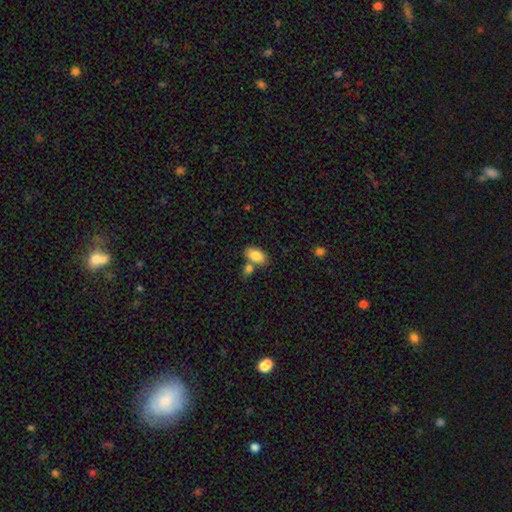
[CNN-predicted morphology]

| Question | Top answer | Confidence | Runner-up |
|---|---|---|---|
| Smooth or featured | smooth | 84% | featured or disk (9%) |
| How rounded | in between | 92% | round (5%) |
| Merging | none | 58% | merger (27%) |